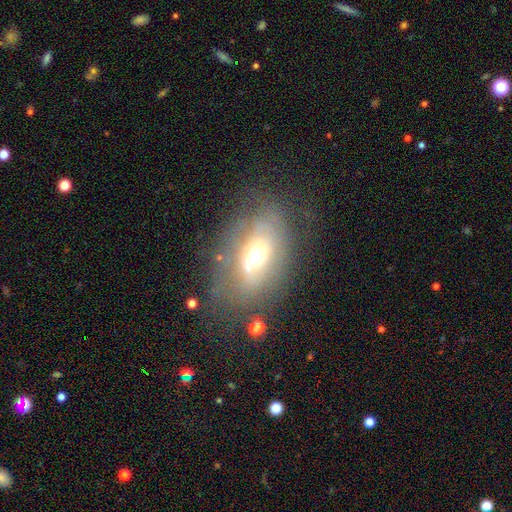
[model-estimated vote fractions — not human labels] smooth-or-featured: featured or disk: 53% | smooth: 36% | star or artifact: 11%
  disk-edge-on: no: 83% | yes: 17%
  merging: none: 59% | minor disturbance: 23% | major disturbance: 14% | merger: 4%